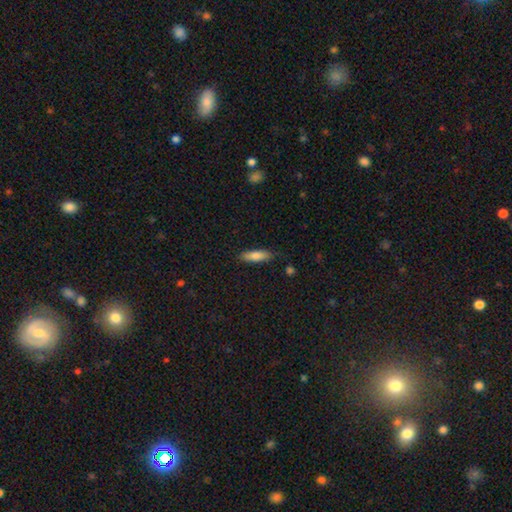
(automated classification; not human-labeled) Overall: smooth (79%). How rounded: cigar-shaped (54%; in between 44%). Merging: none (82%).